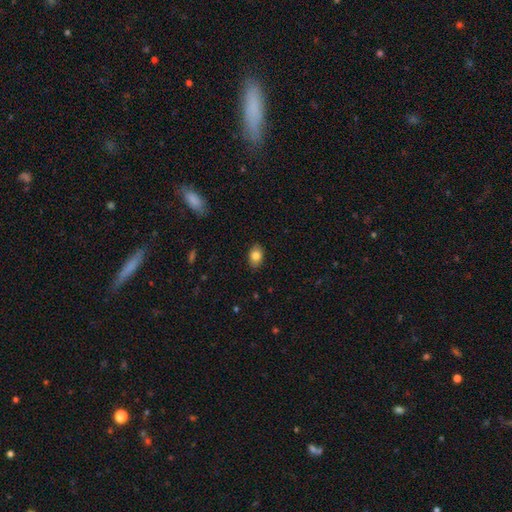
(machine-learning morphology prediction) The model was most divided on "how rounded": in between: 84%, round: 15%, cigar-shaped: 1%. More confident: merging — none (87%); smooth or featured — smooth (82%).